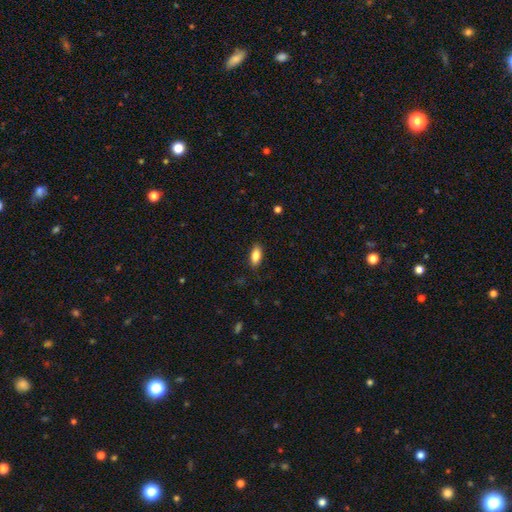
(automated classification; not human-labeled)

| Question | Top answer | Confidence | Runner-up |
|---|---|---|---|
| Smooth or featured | smooth | 85% | featured or disk (8%) |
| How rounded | in between | 86% | cigar-shaped (11%) |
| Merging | none | 87% | minor disturbance (10%) |